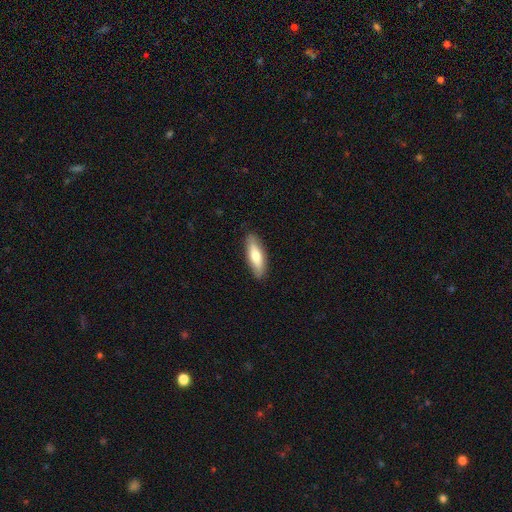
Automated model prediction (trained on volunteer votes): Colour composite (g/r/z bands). It shows a smooth galaxy with no disk features (69%) that is in between round and cigar-shaped (50%). Merging: none (88%).